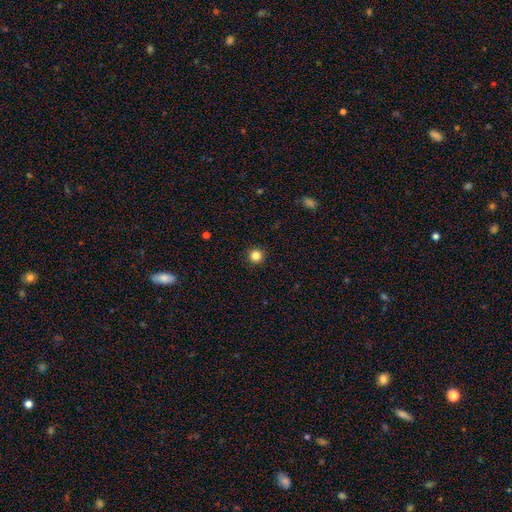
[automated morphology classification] This is clearly a smooth galaxy (84%). How rounded: clearly round (96%). Merging: clearly none (93%).